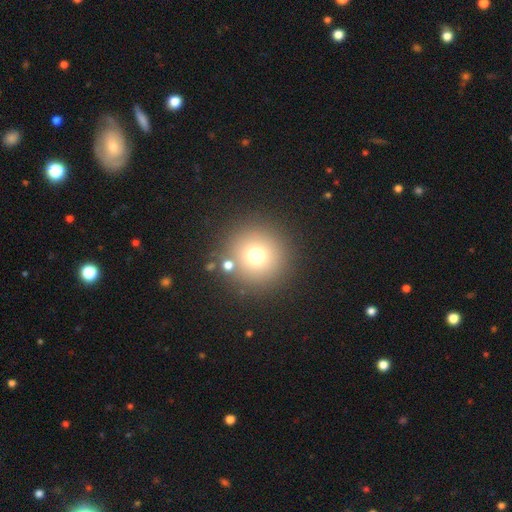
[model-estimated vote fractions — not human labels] Smooth or featured? Predicted: smooth (p=0.71). How rounded? Predicted: round (p=0.96). Merging? Predicted: none (p=0.84).